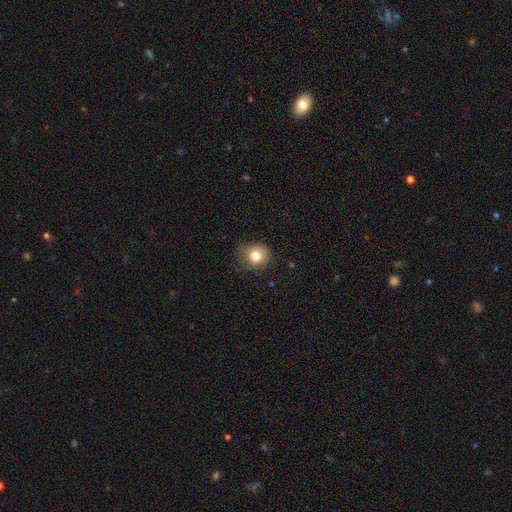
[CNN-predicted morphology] Overall: smooth (81%). How rounded: round (85%). Merging: none (82%).